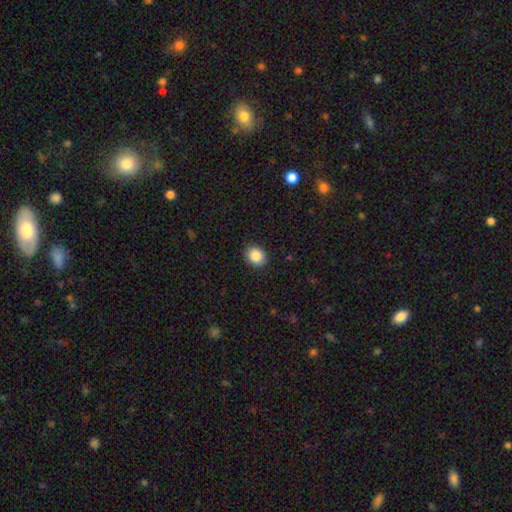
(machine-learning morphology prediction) smooth-or-featured: smooth: 87% | star or artifact: 9% | featured or disk: 4%
  how-rounded: round: 62% | in between: 37% | cigar-shaped: 1%
  merging: none: 90% | minor disturbance: 7% | major disturbance: 2% | merger: 1%